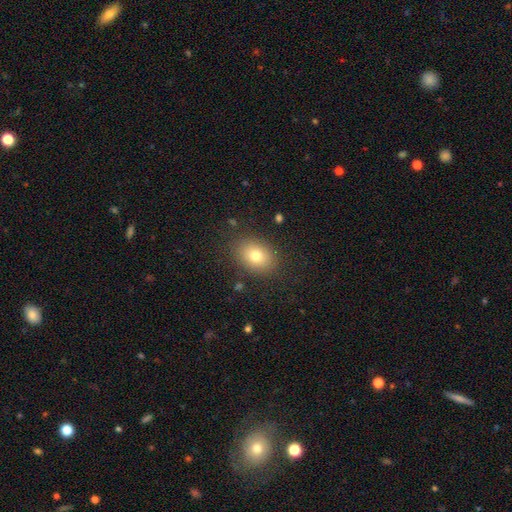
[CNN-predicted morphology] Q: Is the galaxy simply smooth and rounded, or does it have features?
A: smooth — 77%.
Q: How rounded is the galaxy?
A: in between — 69%.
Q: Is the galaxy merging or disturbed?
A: none — 85%.